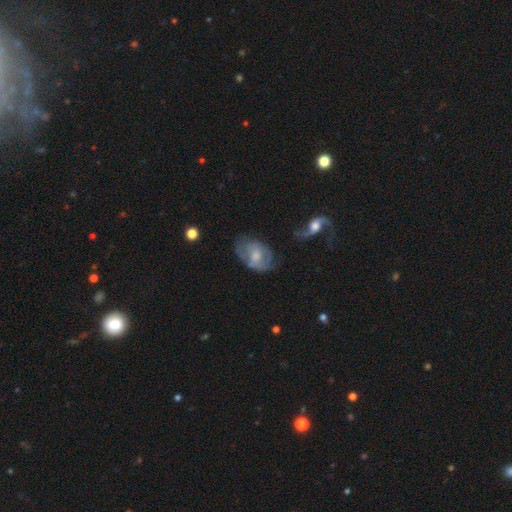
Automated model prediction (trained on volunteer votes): A featured or disk galaxy (55%) with no bar (67%), spiral arms (57%) and a moderate central bulge (54%). Merging: none (54%).